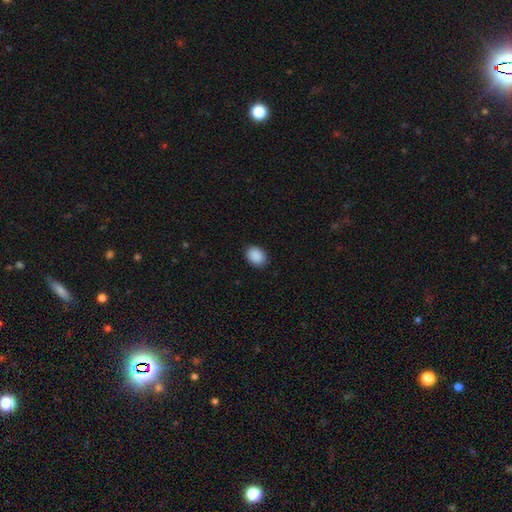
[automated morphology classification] Smooth or featured? Predicted: smooth (p=0.90). How rounded? Predicted: in between (p=0.70). Merging? Predicted: none (p=0.88).